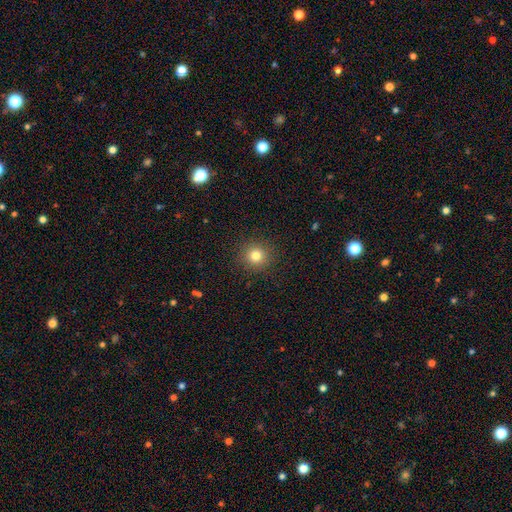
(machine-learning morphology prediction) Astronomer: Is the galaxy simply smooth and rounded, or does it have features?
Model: smooth — 80%.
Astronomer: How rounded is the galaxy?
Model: round — 93%.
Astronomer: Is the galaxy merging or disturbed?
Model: none — 91%.